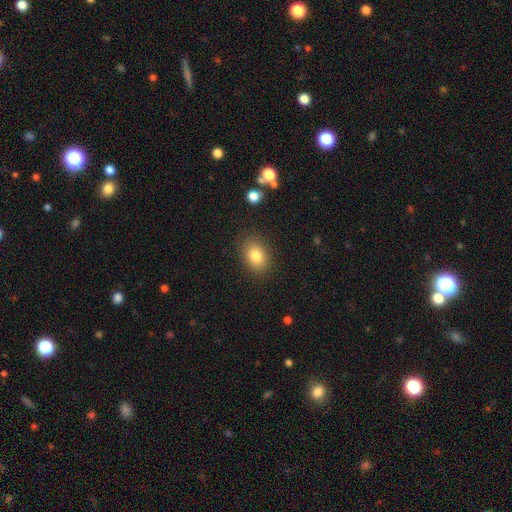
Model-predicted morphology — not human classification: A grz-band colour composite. It shows a smooth galaxy with no disk features (81%) that is in between round and cigar-shaped (74%). Merging: none (85%).